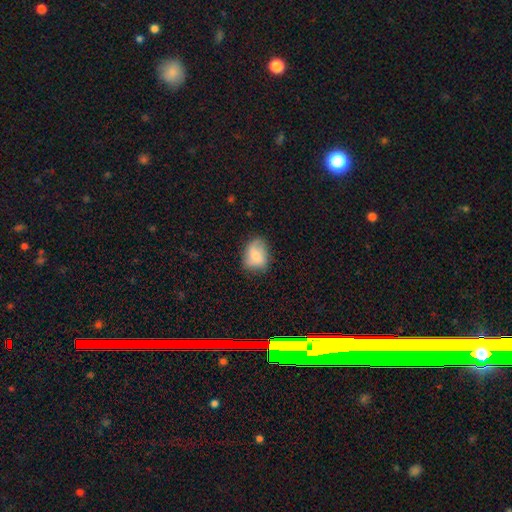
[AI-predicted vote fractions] Q: Smooth or featured?
A: smooth (65%); runner-up: featured or disk (27%)
Q: How rounded?
A: in between (62%); runner-up: round (37%)
Q: Merging?
A: none (60%); runner-up: minor disturbance (29%)